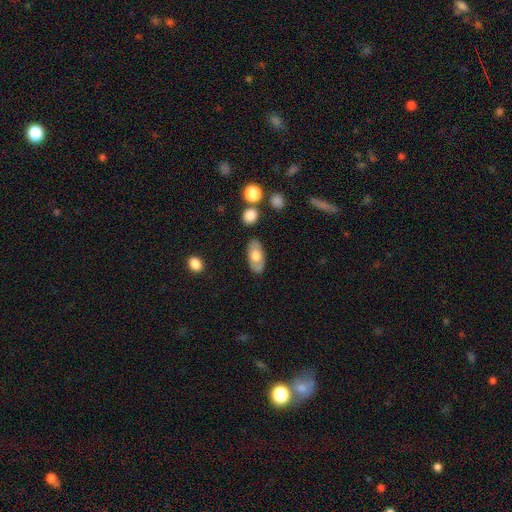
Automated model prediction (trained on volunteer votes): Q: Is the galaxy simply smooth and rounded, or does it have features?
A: smooth — 64%.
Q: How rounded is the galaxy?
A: in between — 92%.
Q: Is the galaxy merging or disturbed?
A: none — 82%.